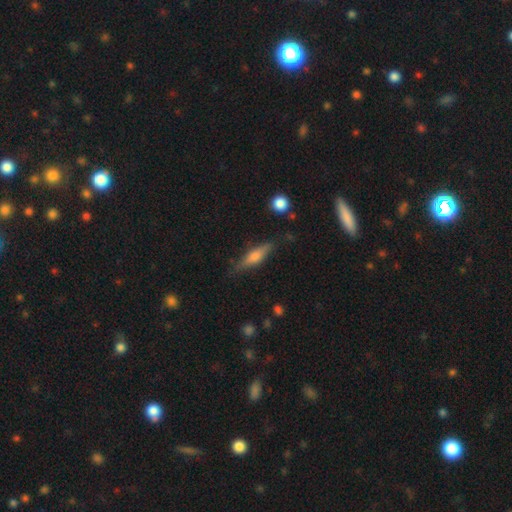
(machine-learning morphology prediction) Smooth or featured? smooth (49%)
Merging? none (78%)